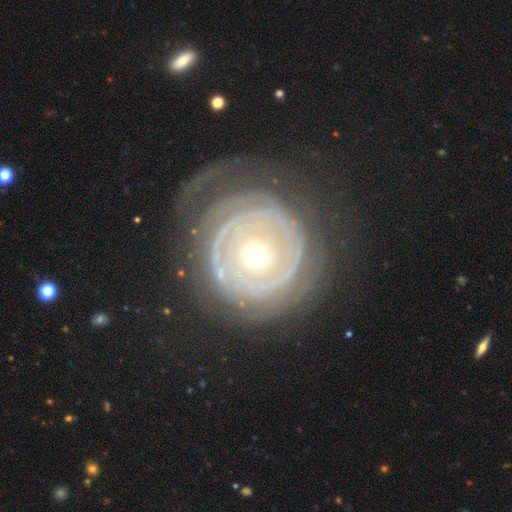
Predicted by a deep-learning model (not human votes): A featured or disk galaxy (81%) with no bar (83%), tight (79%) spiral arms (81%) and a small central bulge (76%). Merging: none (59%).